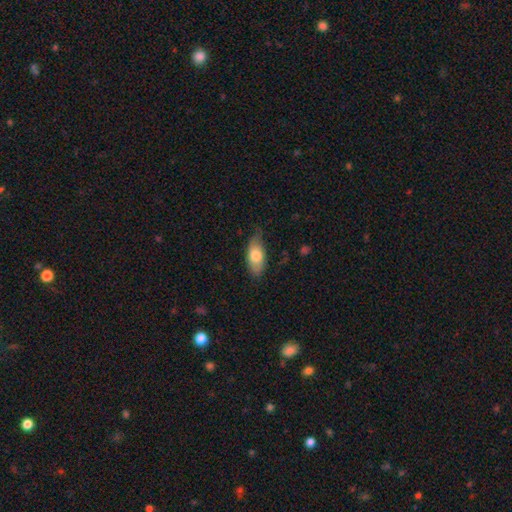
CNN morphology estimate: smooth_or_featured: smooth (p=0.75) [alt: featured or disk p=0.19]
how_rounded: in between (p=0.88) [alt: cigar-shaped p=0.09]
merging: none (p=0.69) [alt: minor disturbance p=0.26]